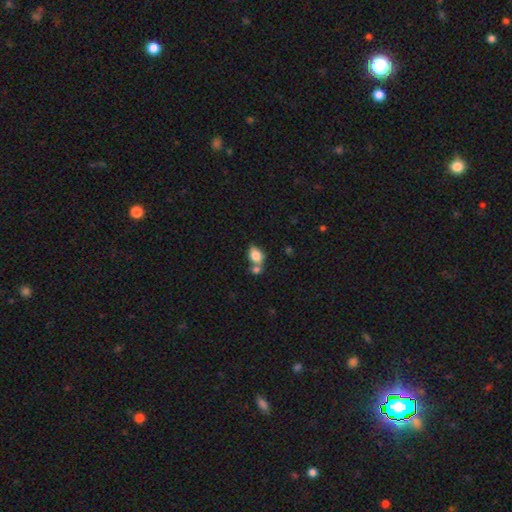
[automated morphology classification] Q: Smooth or featured?
A: smooth (80%); runner-up: featured or disk (12%)
Q: How rounded?
A: in between (76%); runner-up: round (22%)
Q: Merging?
A: merger (46%); runner-up: none (38%)